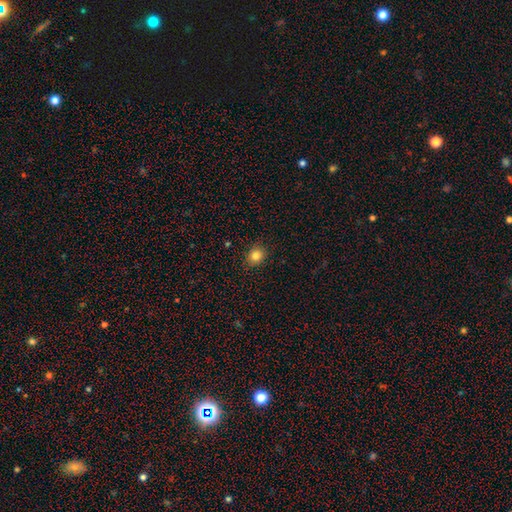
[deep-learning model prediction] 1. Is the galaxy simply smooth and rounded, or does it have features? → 82% smooth, 12% star or artifact, 6% featured or disk.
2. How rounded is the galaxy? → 72% round, 27% in between, 1% cigar-shaped.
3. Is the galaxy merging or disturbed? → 89% none, 8% minor disturbance, 2% major disturbance, 1% merger.